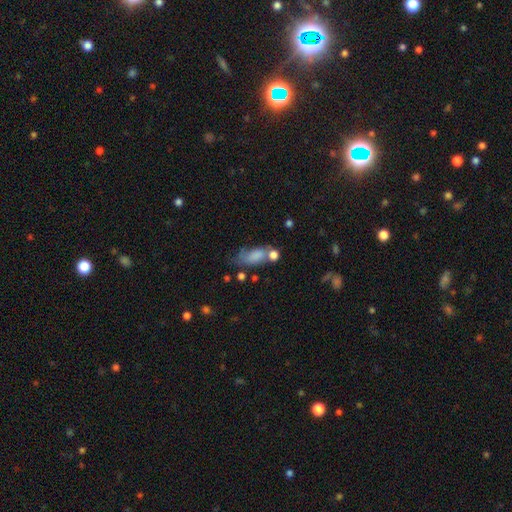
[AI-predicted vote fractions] Overall: smooth (72%). How rounded: in between (81%). Merging: none (32%; minor disturbance 24%).